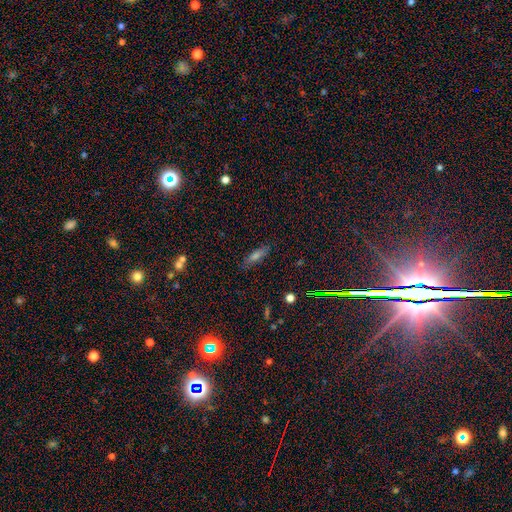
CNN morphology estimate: Smooth or featured?
  - smooth: 62% *
  - featured or disk: 22%
  - star or artifact: 16%
How rounded?
  - cigar-shaped: 54% *
  - in between: 42%
  - round: 4%
Merging?
  - none: 84% *
  - minor disturbance: 12%
  - major disturbance: 3%
  - merger: 2%